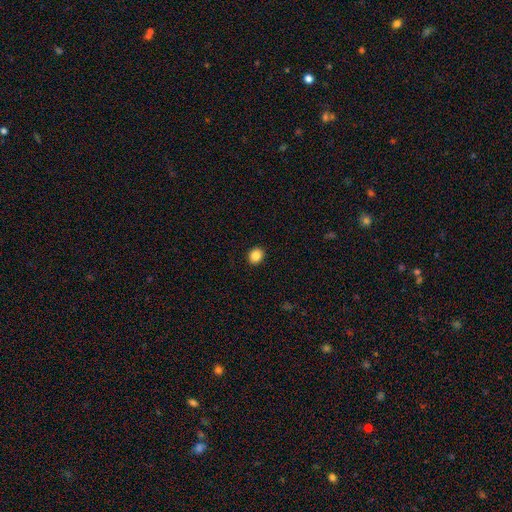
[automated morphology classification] type=smooth (87%); roundness=round (72%); merging=none (92%).